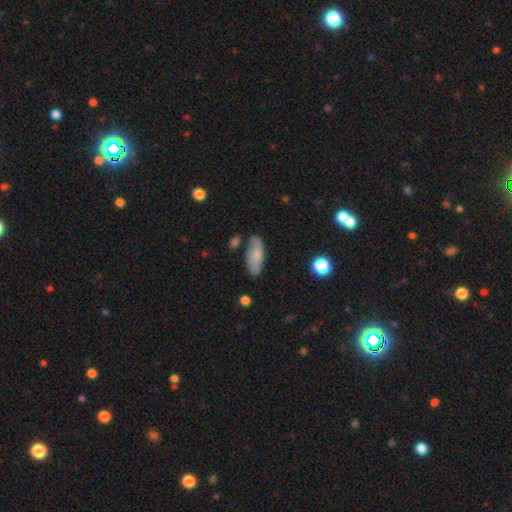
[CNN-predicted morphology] This is likely a smooth galaxy (73%). How rounded: clearly in between (80%). Merging: likely none (70%).